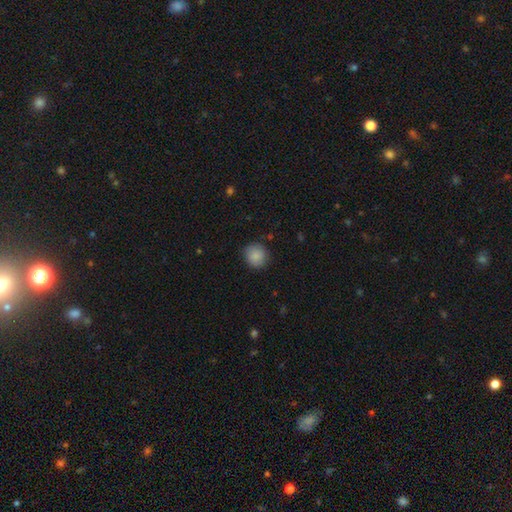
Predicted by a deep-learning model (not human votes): Smooth or featured?
  - smooth: 88% *
  - star or artifact: 8%
  - featured or disk: 4%
How rounded?
  - round: 89% *
  - in between: 10%
  - cigar-shaped: 1%
Merging?
  - none: 86% *
  - minor disturbance: 10%
  - major disturbance: 3%
  - merger: 1%